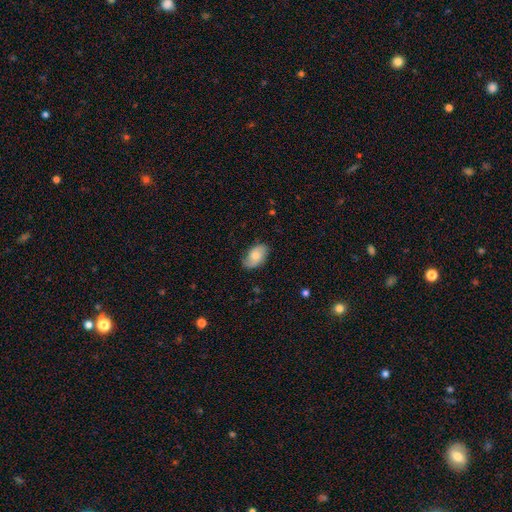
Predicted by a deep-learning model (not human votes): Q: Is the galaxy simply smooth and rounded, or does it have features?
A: smooth — 59%.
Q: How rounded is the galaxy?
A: in between — 91%.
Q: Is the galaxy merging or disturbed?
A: none — 73%.